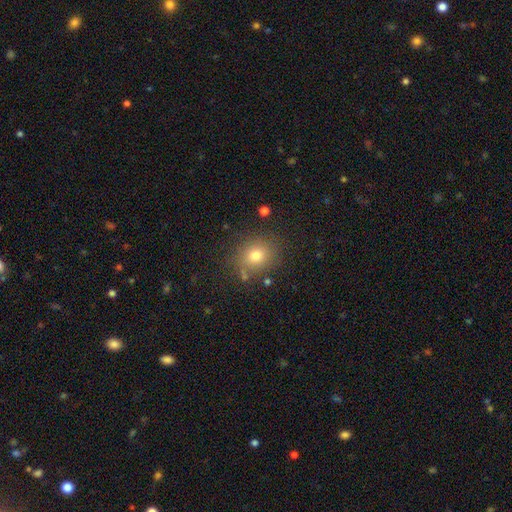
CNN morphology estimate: The model was most divided on "how rounded": round: 67%, in between: 32%, cigar-shaped: 1%. More confident: merging — none (79%); smooth or featured — smooth (75%).